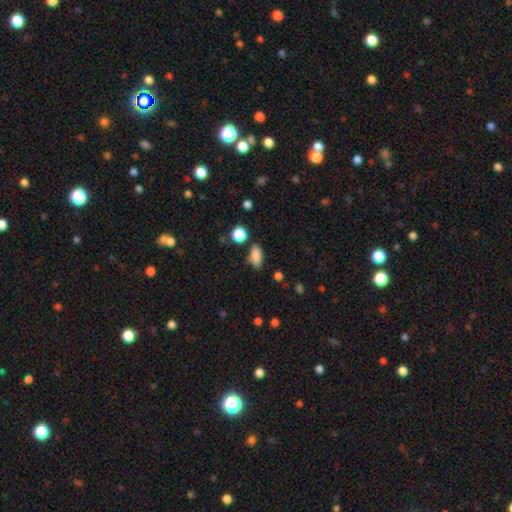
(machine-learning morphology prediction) Smooth or featured? Predicted: smooth (p=0.85). How rounded? Predicted: in between (p=0.84). Merging? Predicted: none (p=0.72).